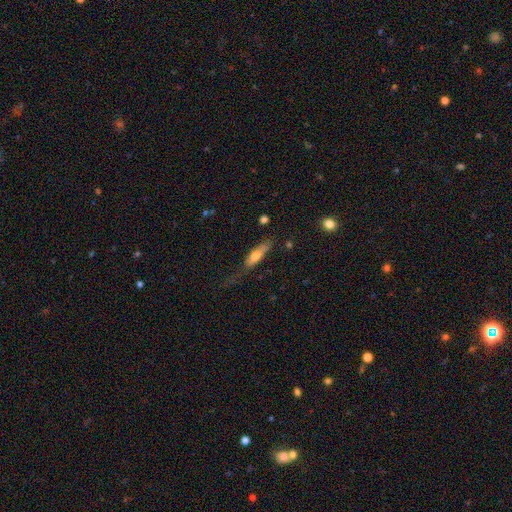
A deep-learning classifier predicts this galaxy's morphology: smooth_or_featured: smooth (p=0.61) [alt: featured or disk p=0.33]
how_rounded: cigar-shaped (p=0.58) [alt: in between p=0.39]
merging: none (p=0.45) [alt: minor disturbance p=0.29]